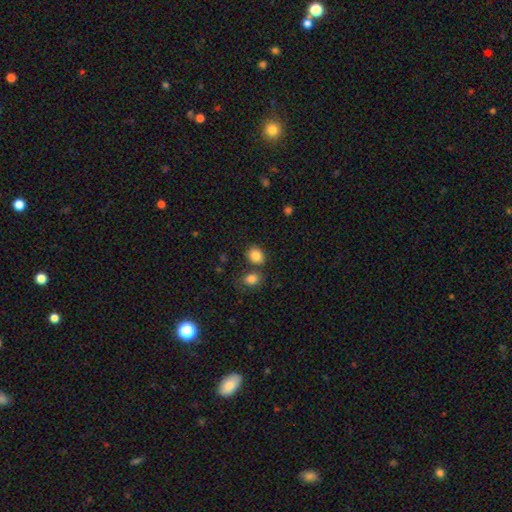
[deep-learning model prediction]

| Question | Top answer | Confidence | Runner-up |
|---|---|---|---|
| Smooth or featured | smooth | 85% | star or artifact (9%) |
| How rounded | in between | 53% | round (46%) |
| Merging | none | 70% | merger (17%) |